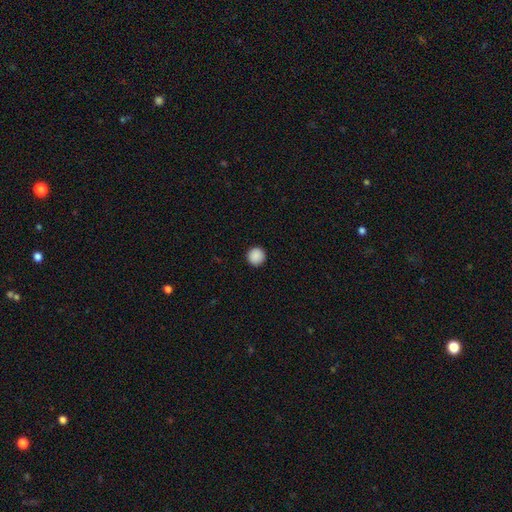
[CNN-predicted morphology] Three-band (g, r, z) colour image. It shows a smooth galaxy with no disk features (89%) that is round (96%). Merging: none (93%).